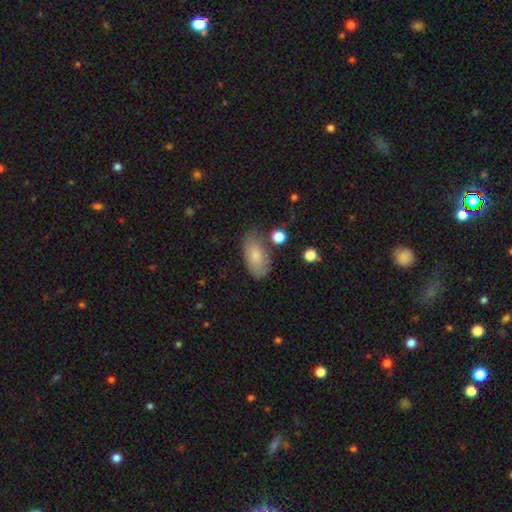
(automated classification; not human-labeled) A smooth galaxy with no disk features (76%) that is in between round and cigar-shaped (93%). Merging: none (64%).